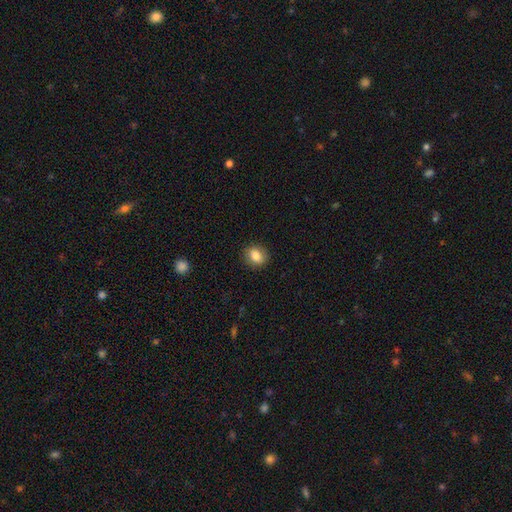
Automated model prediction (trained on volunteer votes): Overall: smooth (85%). How rounded: round (59%; in between 40%). Merging: none (88%).